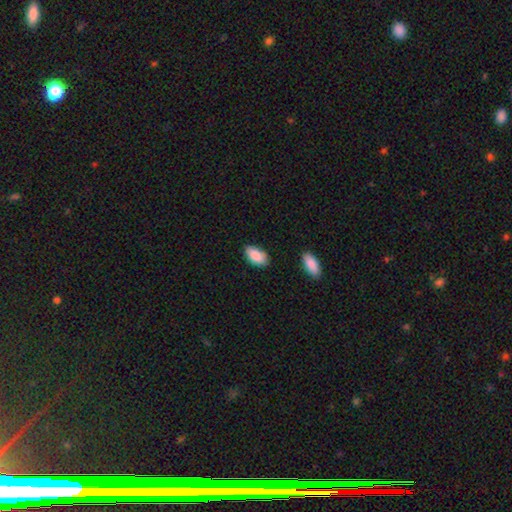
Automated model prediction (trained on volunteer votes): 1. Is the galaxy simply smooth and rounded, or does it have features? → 88% smooth, 6% star or artifact, 5% featured or disk.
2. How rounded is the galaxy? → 94% in between, 3% round, 3% cigar-shaped.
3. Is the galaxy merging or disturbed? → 77% none, 18% minor disturbance, 3% major disturbance, 3% merger.